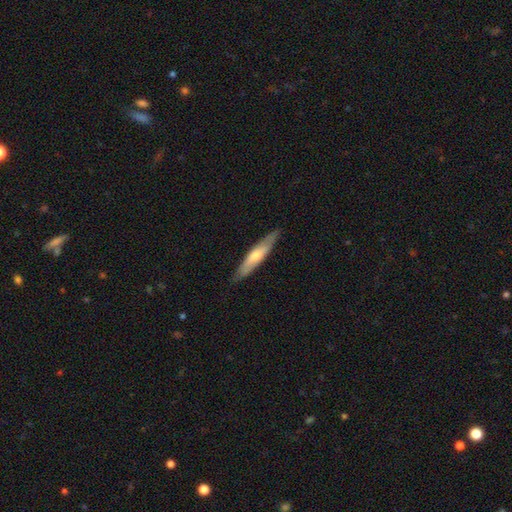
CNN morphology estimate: smooth_or_featured: smooth (p=0.52) [alt: featured or disk p=0.43]
how_rounded: cigar-shaped (p=0.83) [alt: in between p=0.15]
merging: none (p=0.85) [alt: minor disturbance p=0.12]